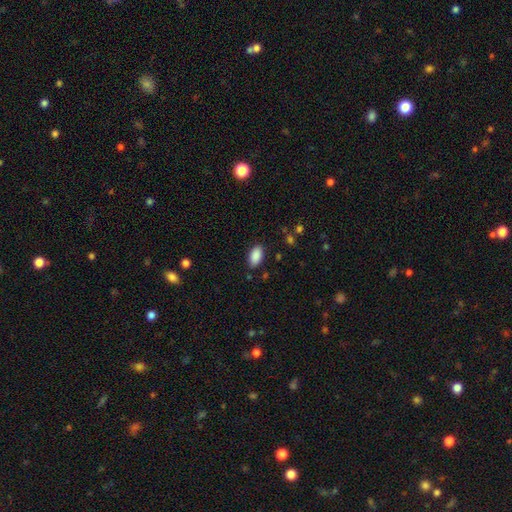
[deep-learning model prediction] Overall: smooth (90%). How rounded: in between (94%). Merging: none (87%).